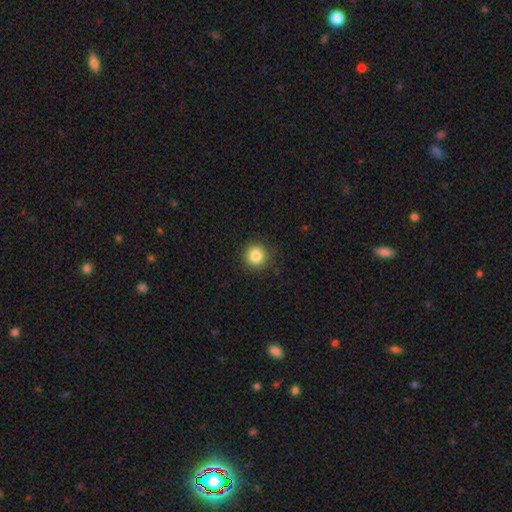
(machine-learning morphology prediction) Smooth or featured? Predicted: smooth (p=0.85). How rounded? Predicted: round (p=0.95). Merging? Predicted: none (p=0.91).